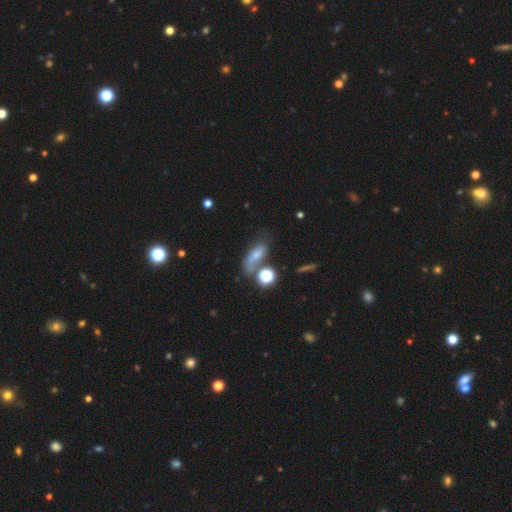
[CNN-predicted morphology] Smooth or featured: smooth — 61% (featured or disk — 25%)
How rounded: in between — 71% (cigar-shaped — 15%)
Merging: none — 40% (minor disturbance — 23%)